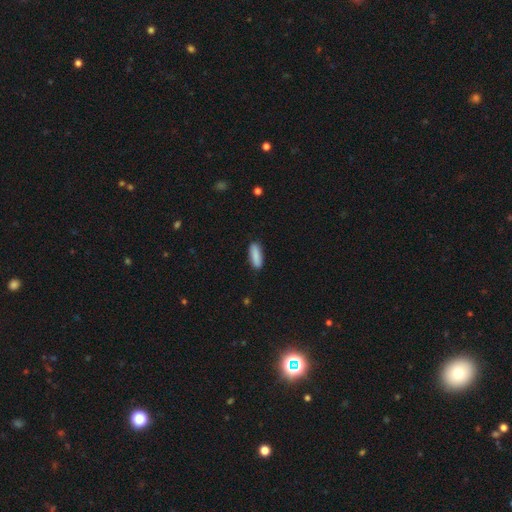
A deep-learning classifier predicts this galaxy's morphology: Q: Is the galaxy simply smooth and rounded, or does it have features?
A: smooth — 87%.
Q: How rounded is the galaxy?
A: in between — 53%.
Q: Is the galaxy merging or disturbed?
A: none — 88%.